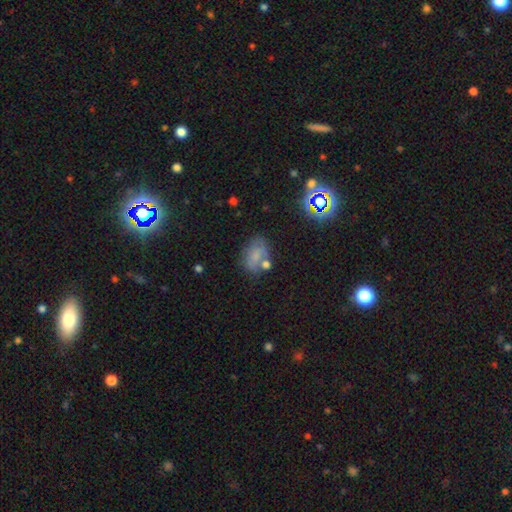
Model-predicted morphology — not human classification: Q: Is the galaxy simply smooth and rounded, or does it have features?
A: smooth — 61%.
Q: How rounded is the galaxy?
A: in between — 79%.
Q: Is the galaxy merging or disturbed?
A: none — 54%.